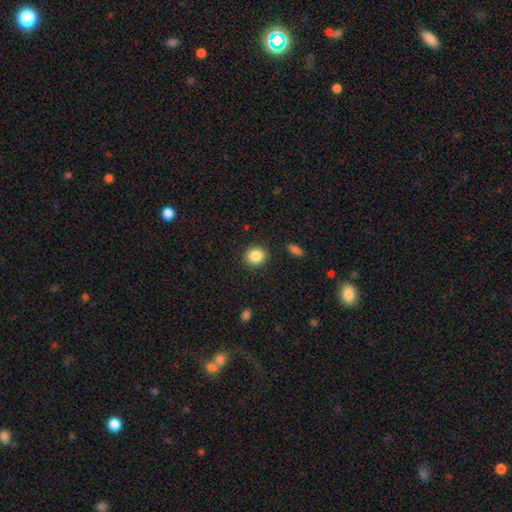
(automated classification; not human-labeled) The model was most divided on "how rounded": round: 76%, in between: 23%, cigar-shaped: 1%. More confident: merging — none (89%); smooth or featured — smooth (86%).